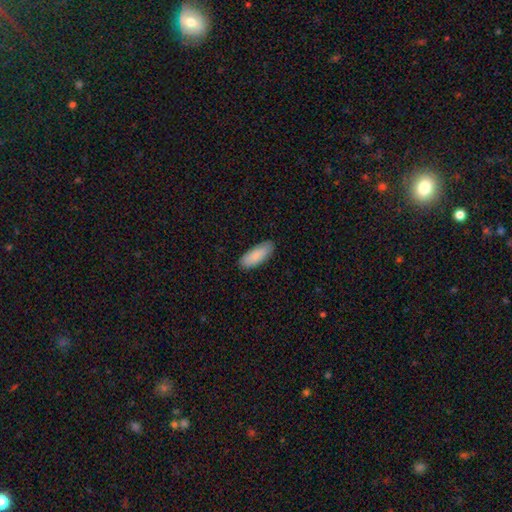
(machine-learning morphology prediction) smooth_or_featured: smooth (p=0.89) [alt: star or artifact p=0.05]
how_rounded: in between (p=0.77) [alt: cigar-shaped p=0.22]
merging: none (p=0.86) [alt: minor disturbance p=0.11]